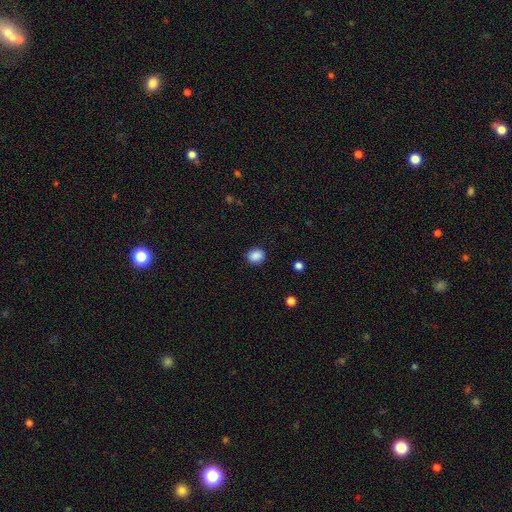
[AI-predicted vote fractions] Morphology: type=smooth (88%); roundness=round (57%); merging=none (87%).